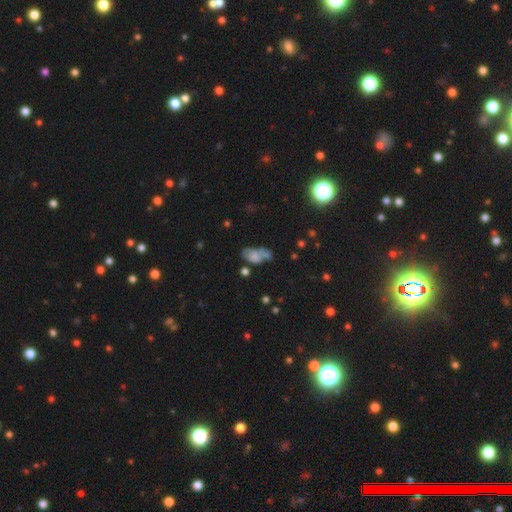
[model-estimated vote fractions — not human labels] Morphology: type=smooth (59%); roundness=in between (86%); merging=merger (32%).